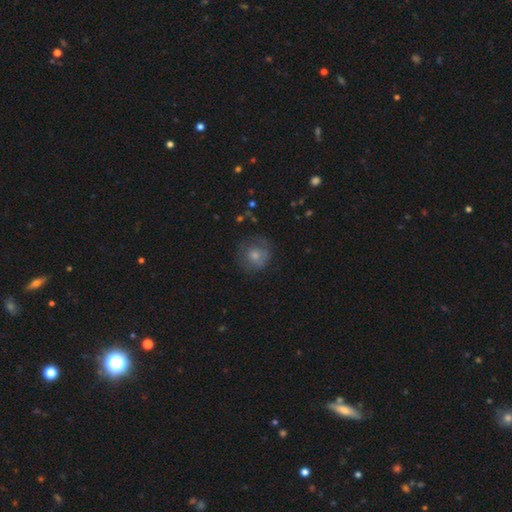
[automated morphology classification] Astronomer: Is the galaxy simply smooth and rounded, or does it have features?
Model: smooth — 64%.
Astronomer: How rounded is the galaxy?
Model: round — 88%.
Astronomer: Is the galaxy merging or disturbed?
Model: none — 66%.